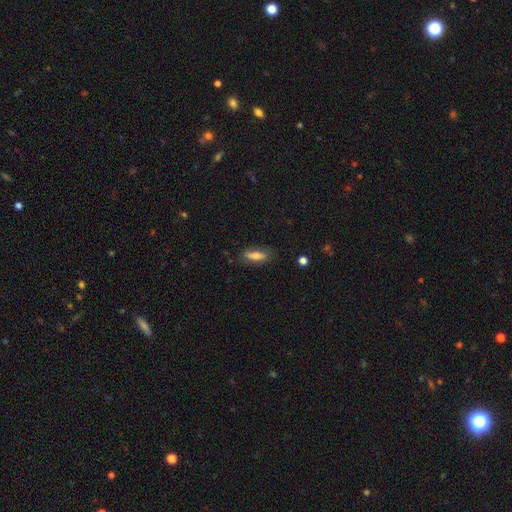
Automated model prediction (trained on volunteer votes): This appears to be a smooth galaxy with no disk features (62%) that is in between round and cigar-shaped (55%). Merging: none (75%).